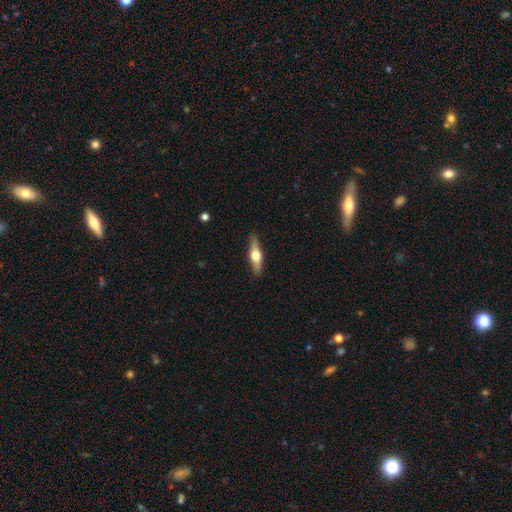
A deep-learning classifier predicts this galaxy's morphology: Smooth or featured? featured or disk (59%)
Edge-on disk? yes (95%)
Edge-on bulge? rounded (96%)
Merging? none (89%)